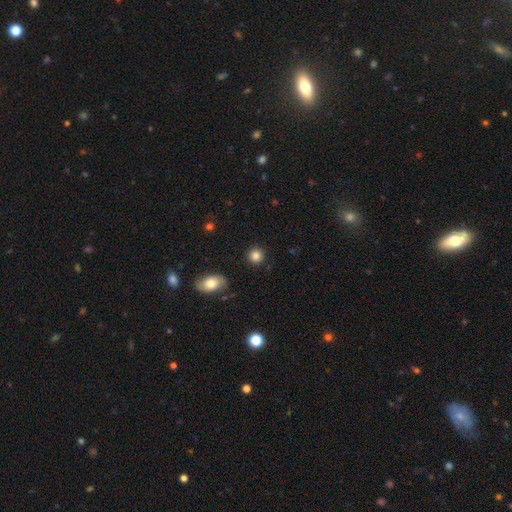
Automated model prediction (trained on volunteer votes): This appears to be a smooth galaxy with no disk features (86%) that is round (90%). Merging: none (90%).